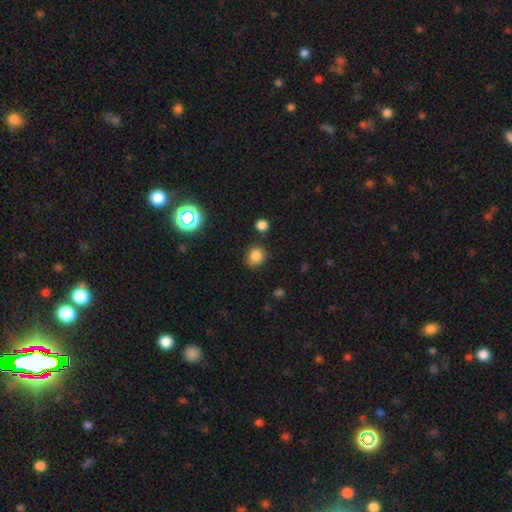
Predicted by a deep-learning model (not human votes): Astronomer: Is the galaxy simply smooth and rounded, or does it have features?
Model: smooth — 82%.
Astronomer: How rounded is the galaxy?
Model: round — 76%.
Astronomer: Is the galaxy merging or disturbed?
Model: none — 80%.